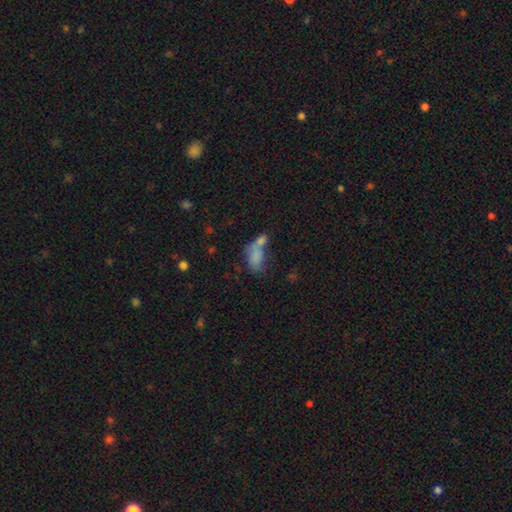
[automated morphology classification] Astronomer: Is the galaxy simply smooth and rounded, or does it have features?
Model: smooth — 74%.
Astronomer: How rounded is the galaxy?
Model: in between — 85%.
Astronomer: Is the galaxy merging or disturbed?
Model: merger — 55%.